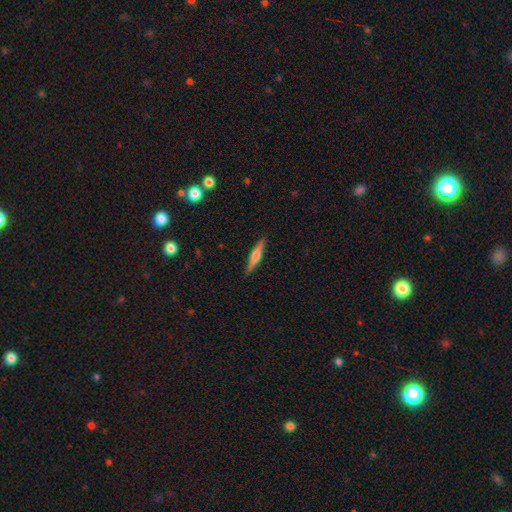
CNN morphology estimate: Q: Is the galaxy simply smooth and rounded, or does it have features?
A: featured or disk — 57%.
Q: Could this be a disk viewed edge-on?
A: yes — 97%.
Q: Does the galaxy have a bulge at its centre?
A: rounded — 83%.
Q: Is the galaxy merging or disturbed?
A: none — 90%.